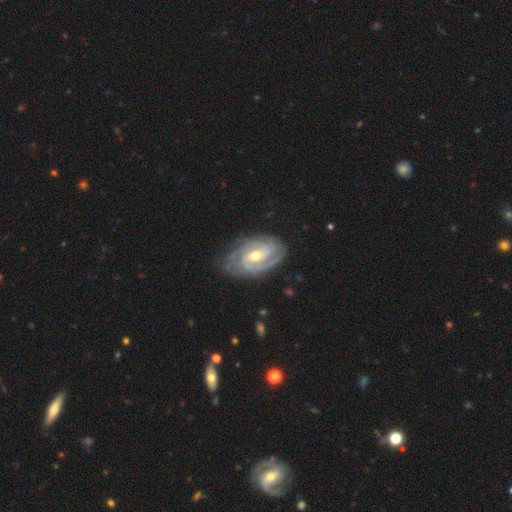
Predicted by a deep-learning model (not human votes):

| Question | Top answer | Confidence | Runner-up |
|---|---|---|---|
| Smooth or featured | featured or disk | 92% | smooth (4%) |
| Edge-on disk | no | 97% | yes (3%) |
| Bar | weak | 45% | no (31%) |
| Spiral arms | yes | 98% | no (2%) |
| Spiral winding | tight | 69% | medium (27%) |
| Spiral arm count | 3 | 36% | 2 (31%) |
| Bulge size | moderate | 51% | small (47%) |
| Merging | none | 80% | minor disturbance (15%) |